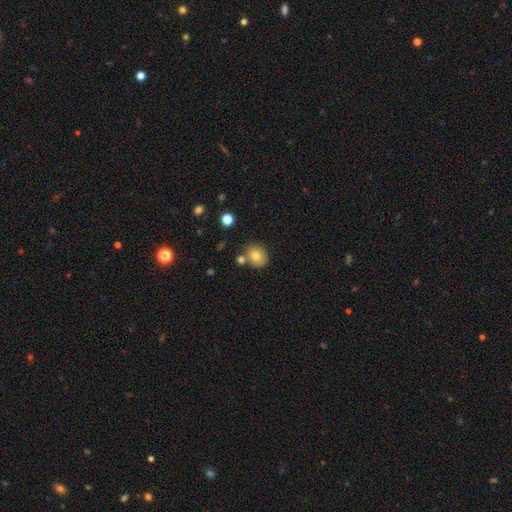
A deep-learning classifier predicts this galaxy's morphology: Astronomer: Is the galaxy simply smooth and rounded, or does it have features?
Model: smooth — 77%.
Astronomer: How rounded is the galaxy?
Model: round — 76%.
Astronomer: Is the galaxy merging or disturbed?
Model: none — 70%.